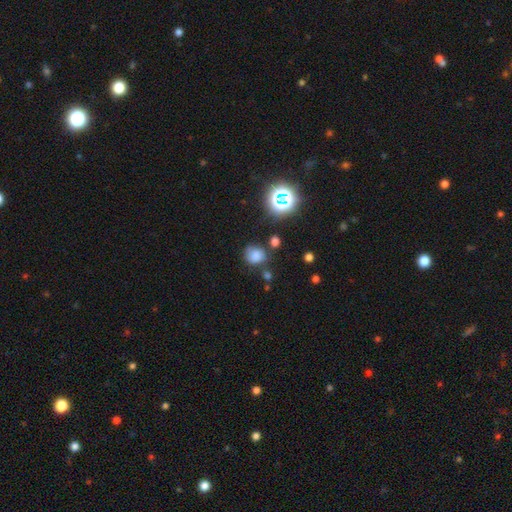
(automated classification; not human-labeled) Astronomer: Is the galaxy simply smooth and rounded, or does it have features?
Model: smooth — 71%.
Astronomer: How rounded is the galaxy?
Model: round — 69%.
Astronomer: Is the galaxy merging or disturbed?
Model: none — 62%.